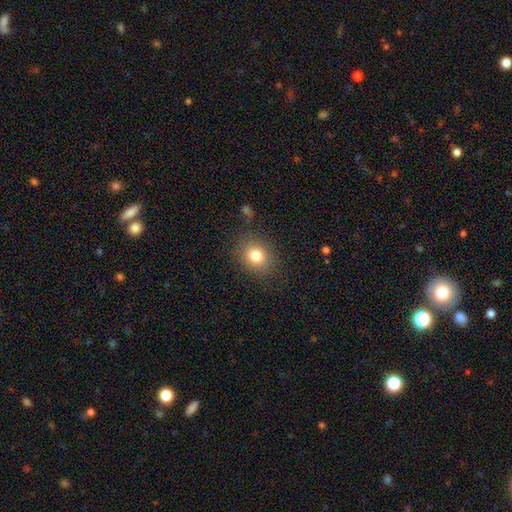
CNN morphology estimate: A smooth galaxy with no disk features (80%) that is round (66%). Merging: none (83%).